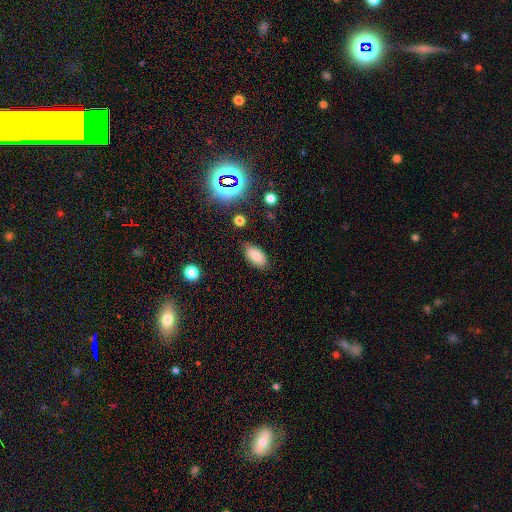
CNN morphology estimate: smooth-or-featured: smooth: 80% | star or artifact: 11% | featured or disk: 9%
  how-rounded: in between: 93% | round: 5% | cigar-shaped: 2%
  merging: none: 80% | minor disturbance: 15% | major disturbance: 3% | merger: 2%